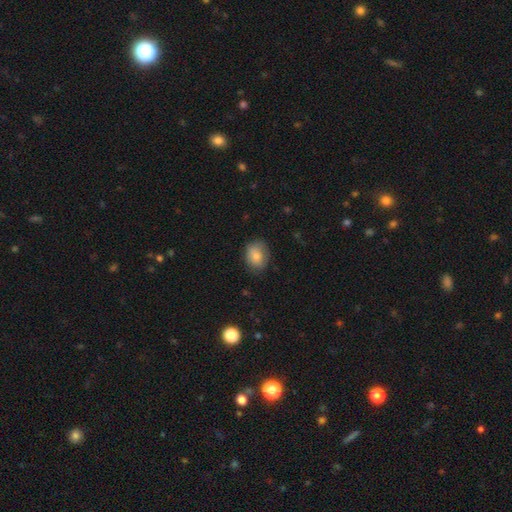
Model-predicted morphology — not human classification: Smooth or featured: smooth — 83% (featured or disk — 10%)
How rounded: in between — 55% (round — 44%)
Merging: none — 77% (minor disturbance — 18%)